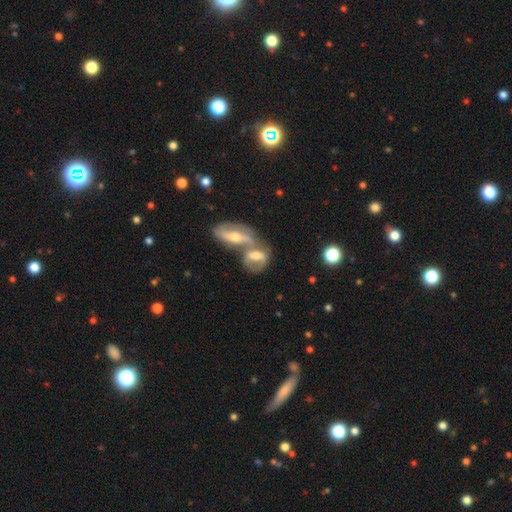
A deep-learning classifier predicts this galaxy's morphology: Smooth or featured? featured or disk (62%)
Edge-on disk? no (89%)
Bar? weak (39%)
Spiral arms? yes (70%)
Bulge size? moderate (61%)
Merging? merger (68%)